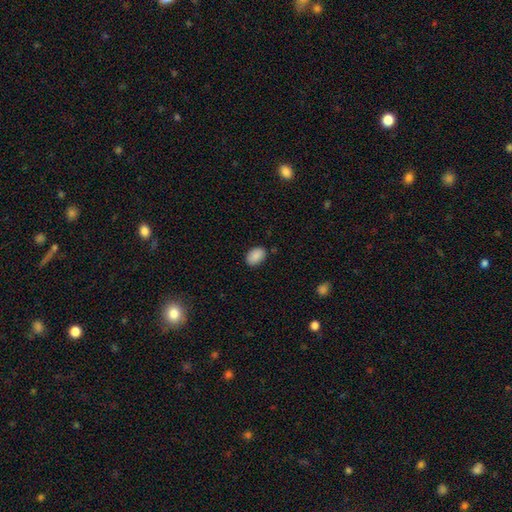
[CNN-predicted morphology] Overall: smooth (88%). How rounded: in between (86%). Merging: none (84%).